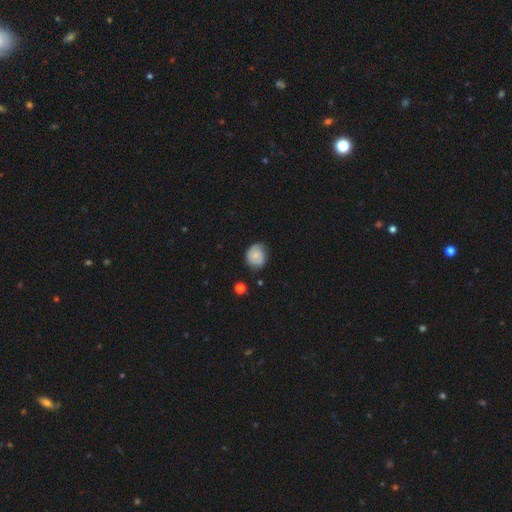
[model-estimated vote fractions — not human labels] smooth-or-featured: smooth: 69% | featured or disk: 23% | star or artifact: 8%
  how-rounded: round: 72% | in between: 27% | cigar-shaped: 1%
  merging: none: 69% | minor disturbance: 24% | major disturbance: 5% | merger: 2%